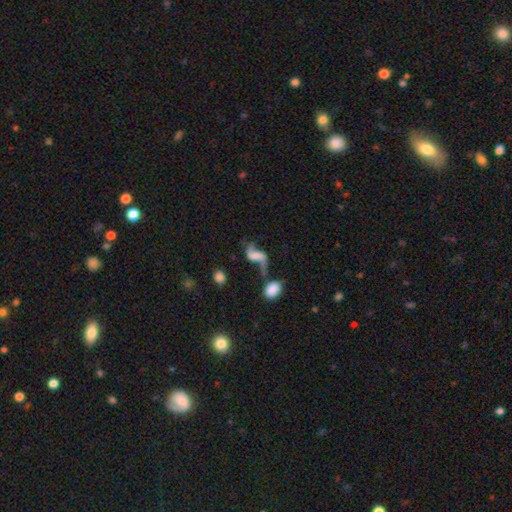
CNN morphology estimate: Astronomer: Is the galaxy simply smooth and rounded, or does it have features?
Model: featured or disk — 75%.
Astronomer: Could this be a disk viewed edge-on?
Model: no — 96%.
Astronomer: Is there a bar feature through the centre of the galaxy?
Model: no — 41% (runner-up: weak, 37%).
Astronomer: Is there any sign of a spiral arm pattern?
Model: yes — 91%.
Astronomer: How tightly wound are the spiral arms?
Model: loose — 87%.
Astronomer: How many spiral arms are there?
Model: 2 — 90%.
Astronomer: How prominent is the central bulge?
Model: none — 58%.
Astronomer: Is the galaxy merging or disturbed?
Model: none — 44% (runner-up: merger, 22%).